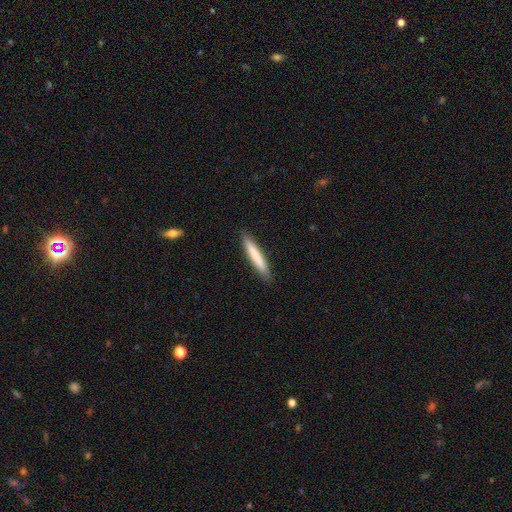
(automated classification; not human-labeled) The model was most divided on "smooth or featured": smooth: 78%, featured or disk: 17%, star or artifact: 5%. More confident: how rounded — cigar-shaped (94%); merging — none (90%).